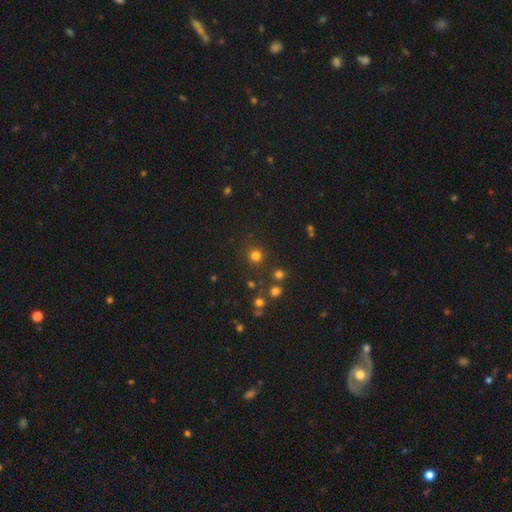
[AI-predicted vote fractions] Smooth or featured? Predicted: smooth (p=0.76). How rounded? Predicted: round (p=0.94). Merging? Predicted: none (p=0.86).